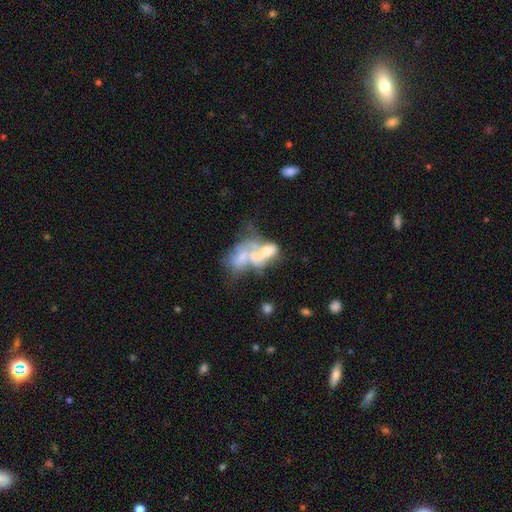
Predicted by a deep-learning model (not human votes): Smooth or featured? Predicted: featured or disk (p=0.59). Edge-on disk? Predicted: no (p=0.97). Bar? Predicted: no (p=0.88). Spiral arms? Predicted: no (p=0.86). Bulge size? Predicted: none (p=0.39). Merging? Predicted: merger (p=0.62).